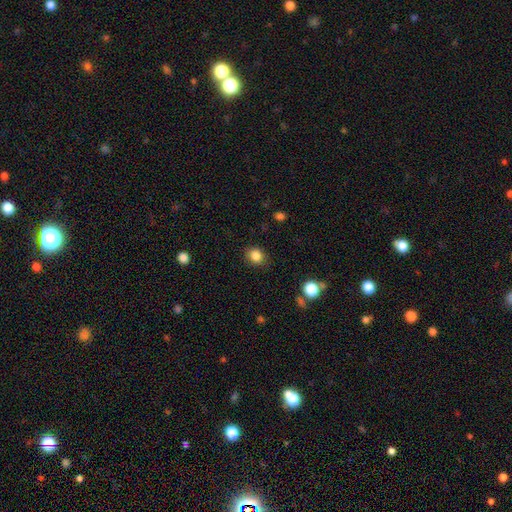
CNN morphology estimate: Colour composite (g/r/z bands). It shows a smooth galaxy with no disk features (85%) that is round (69%). Merging: none (87%).